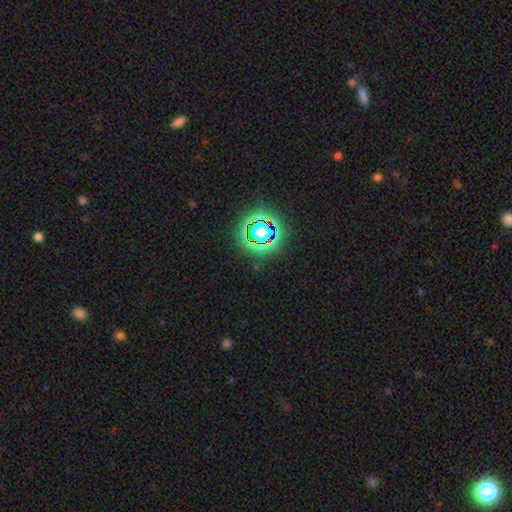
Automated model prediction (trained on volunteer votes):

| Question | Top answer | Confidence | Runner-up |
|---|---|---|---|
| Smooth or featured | star or artifact | 80% | smooth (13%) |